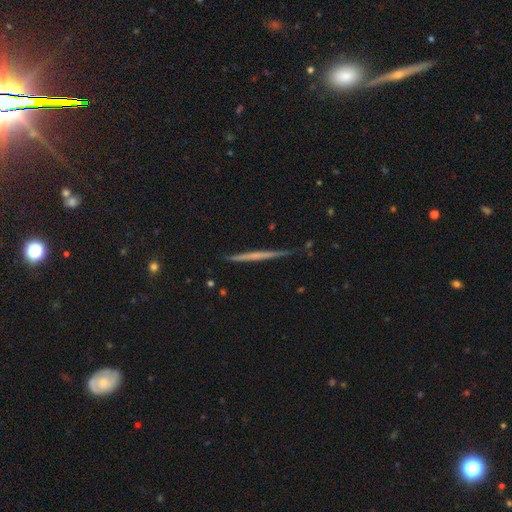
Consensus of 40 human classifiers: A featured or disk galaxy (68%) viewed edge-on (93%) with no central bulge (88%).

Vote fractions:
- Smooth or featured? featured or disk: 68% / smooth: 28% / star or artifact: 5%
- Edge-on disk? yes: 93% / no: 7%
- Edge-on bulge? none: 88% / rounded: 8% / boxy: 4%
- Merging? none: 87% / minor disturbance: 11% / major disturbance: 3% / merger: 0%